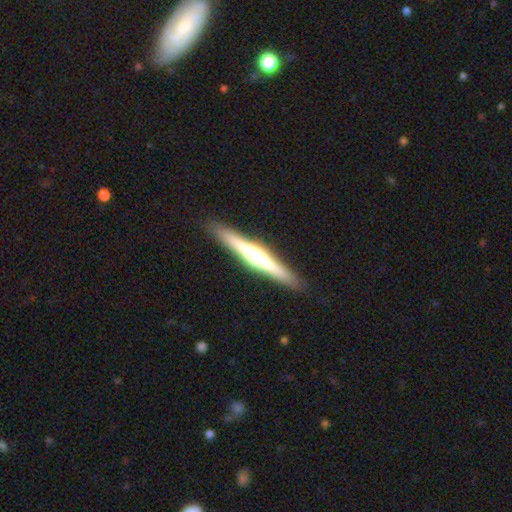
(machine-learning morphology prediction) Smooth or featured? Predicted: featured or disk (p=0.68). Edge-on disk? Predicted: yes (p=0.98). Edge-on bulge? Predicted: rounded (p=0.86). Merging? Predicted: none (p=0.91).